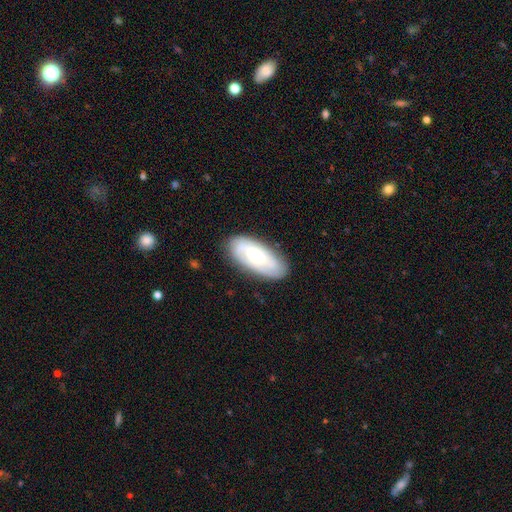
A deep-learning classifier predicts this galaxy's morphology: Overall: featured or disk (56%; smooth 39%). Edge-on disk: no (87%). Merging: none (83%).